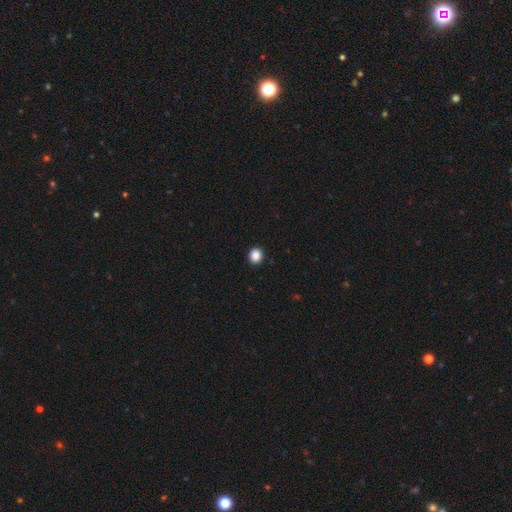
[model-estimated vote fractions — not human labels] smooth 87%, star or artifact 10%, featured or disk 3%. Down the decision tree: how rounded — round (79%); merging — none (93%).